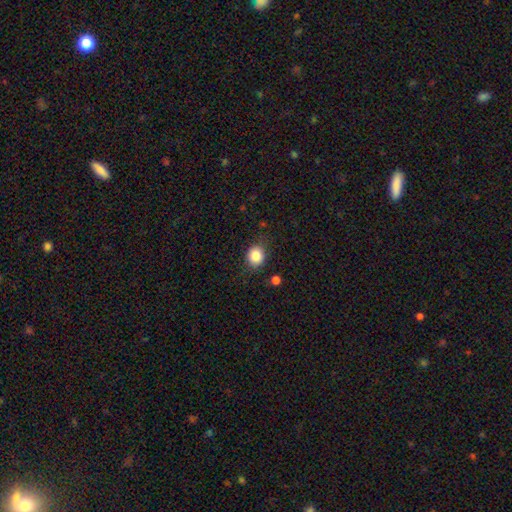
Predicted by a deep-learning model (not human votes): smooth 84%, star or artifact 10%, featured or disk 6%. Down the decision tree: how rounded — round (68%); merging — none (79%).